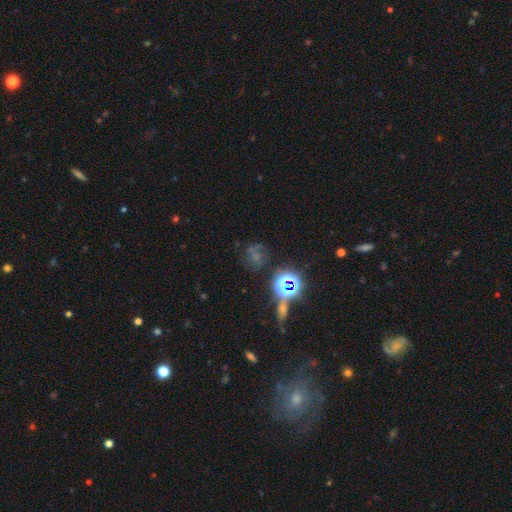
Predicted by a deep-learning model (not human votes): smooth-or-featured: star or artifact: 47% | smooth: 32% | featured or disk: 20%